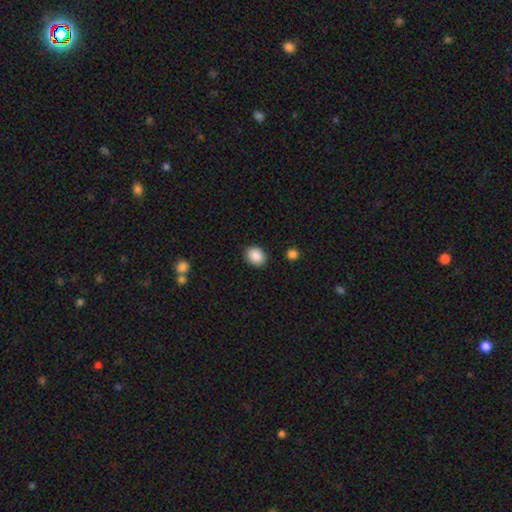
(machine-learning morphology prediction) This is clearly a smooth galaxy (89%). How rounded: possibly round (55%). Merging: clearly none (88%).